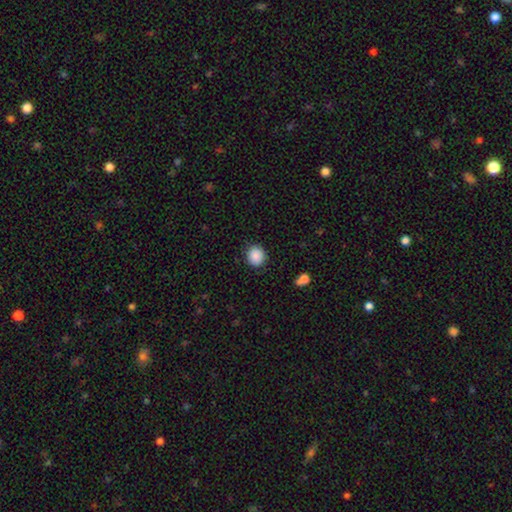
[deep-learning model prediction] Morphology: type=smooth (88%); roundness=round (83%); merging=none (88%).